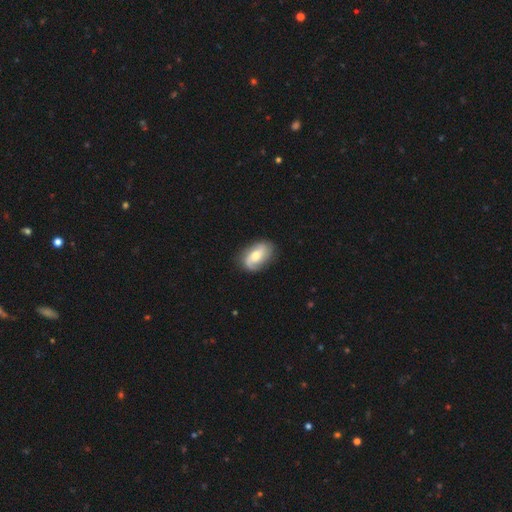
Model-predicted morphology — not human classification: Smooth or featured?
  - featured or disk: 60% *
  - smooth: 34%
  - star or artifact: 6%
Edge-on disk?
  - no: 95% *
  - yes: 5%
Bar?
  - no: 52% *
  - weak: 36%
  - strong: 12%
Spiral arms?
  - yes: 88% *
  - no: 12%
Bulge size?
  - moderate: 64% *
  - small: 24%
  - large: 9%
  - none: 2%
  - dominant: 1%
Merging?
  - none: 76% *
  - minor disturbance: 17%
  - major disturbance: 5%
  - merger: 1%